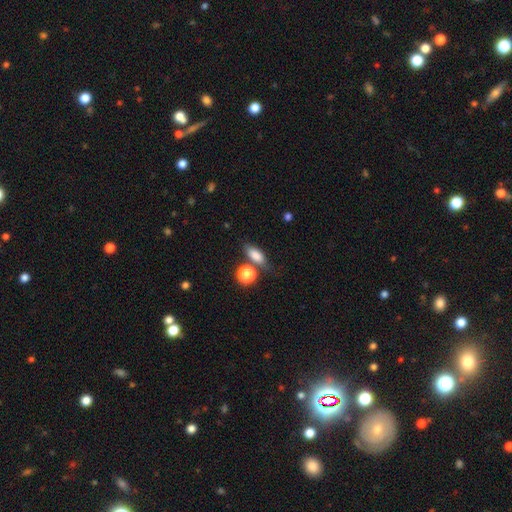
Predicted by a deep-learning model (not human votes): A smooth galaxy with no disk features (81%) that is in between round and cigar-shaped (74%).

Vote fractions:
- Smooth or featured? smooth: 81% / star or artifact: 10% / featured or disk: 9%
- How rounded? in between: 74% / cigar-shaped: 15% / round: 11%
- Merging? none: 63% / minor disturbance: 16% / merger: 16% / major disturbance: 6%